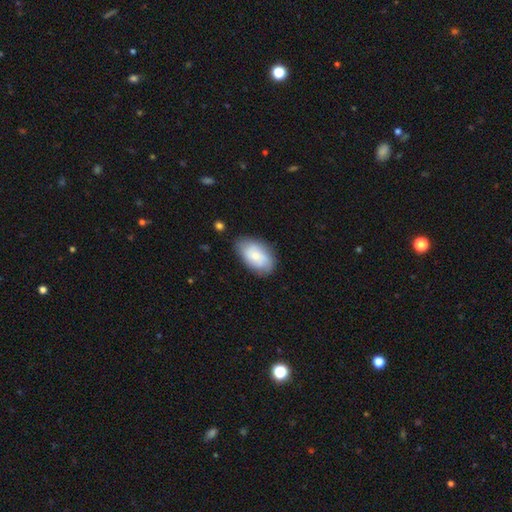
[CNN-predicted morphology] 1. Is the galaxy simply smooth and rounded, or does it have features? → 70% smooth, 23% featured or disk, 6% star or artifact.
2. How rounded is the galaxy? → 93% in between, 5% round, 2% cigar-shaped.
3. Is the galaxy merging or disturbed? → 77% none, 17% minor disturbance, 4% major disturbance, 2% merger.